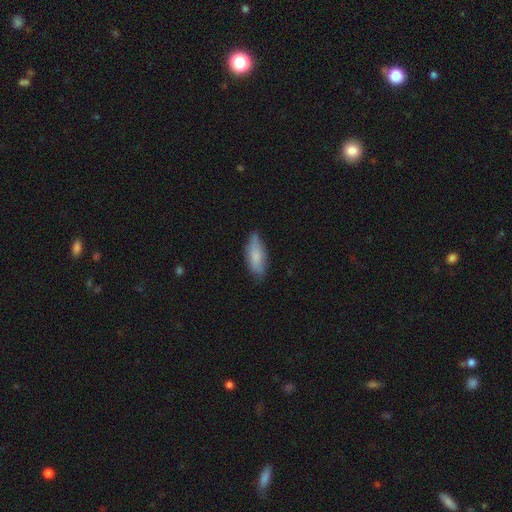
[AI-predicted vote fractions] The model was most divided on "how rounded": in between: 68%, cigar-shaped: 30%, round: 2%. More confident: smooth or featured — smooth (75%); merging — none (69%).